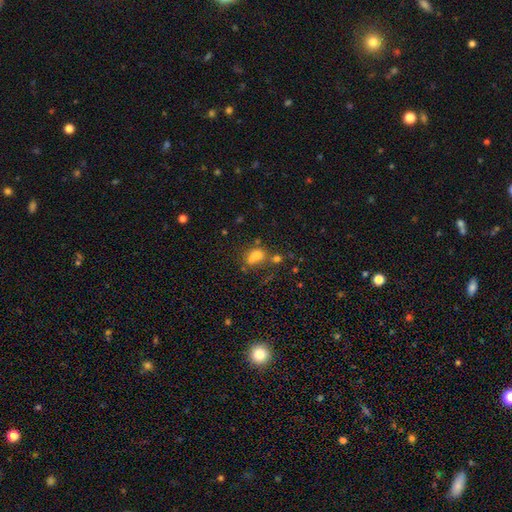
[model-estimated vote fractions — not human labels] This is likely a smooth galaxy (67%). How rounded: likely in between (68%). Merging: marginally none (37%).